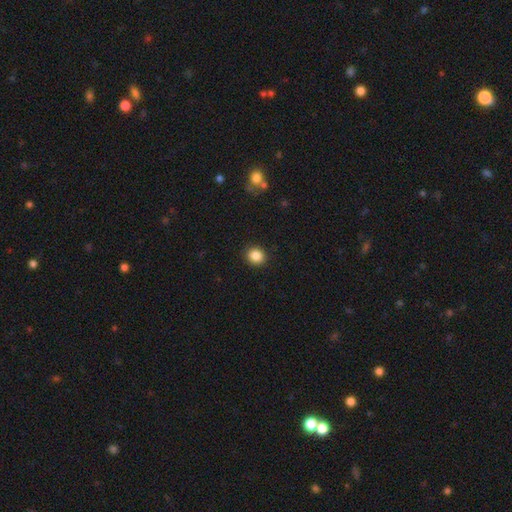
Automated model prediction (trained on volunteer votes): smooth_or_featured: smooth (p=0.86) [alt: star or artifact p=0.10]
how_rounded: round (p=0.83) [alt: in between p=0.16]
merging: none (p=0.91) [alt: minor disturbance p=0.06]